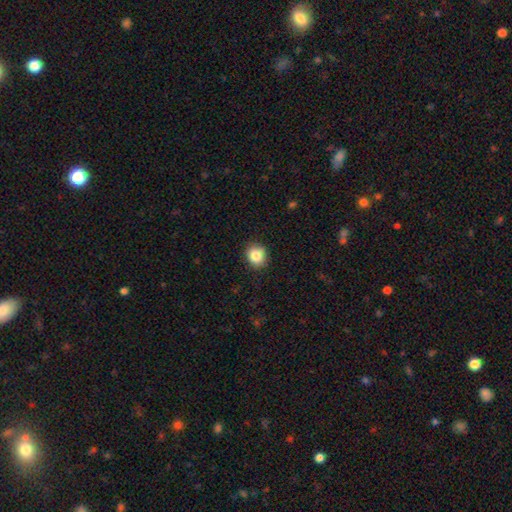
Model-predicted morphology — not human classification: This is clearly a smooth galaxy (84%). How rounded: likely round (76%). Merging: clearly none (85%).